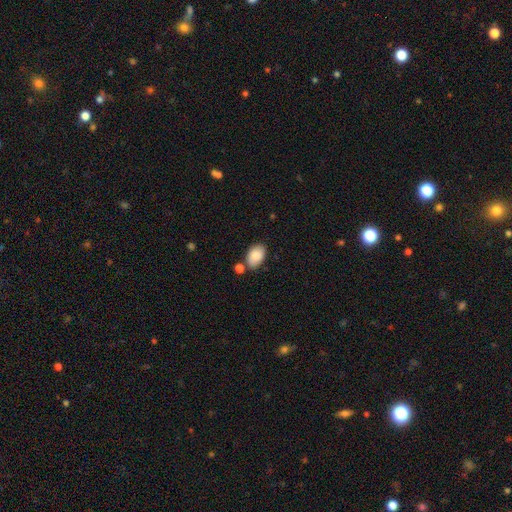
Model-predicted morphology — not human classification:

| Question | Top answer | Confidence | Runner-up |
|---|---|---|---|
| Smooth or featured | smooth | 85% | featured or disk (8%) |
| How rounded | in between | 90% | round (9%) |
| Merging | none | 71% | minor disturbance (15%) |